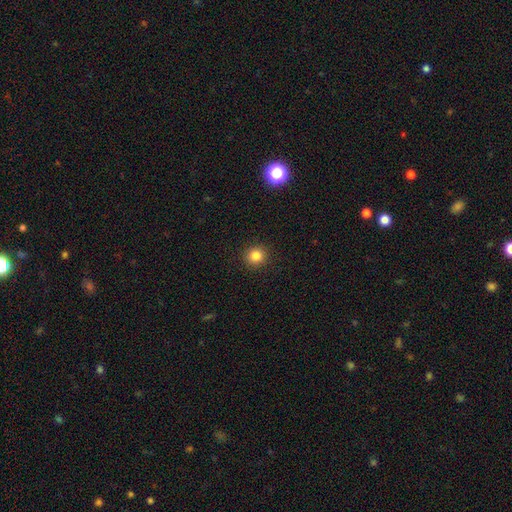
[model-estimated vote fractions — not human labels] Q: Smooth or featured?
A: smooth (84%); runner-up: star or artifact (12%)
Q: How rounded?
A: round (93%); runner-up: in between (6%)
Q: Merging?
A: none (92%); runner-up: minor disturbance (5%)